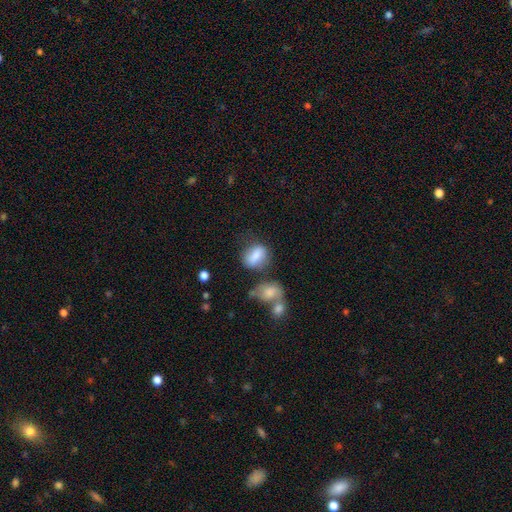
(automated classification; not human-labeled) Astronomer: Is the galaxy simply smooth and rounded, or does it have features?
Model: smooth — 75%.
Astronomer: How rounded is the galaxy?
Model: in between — 71%.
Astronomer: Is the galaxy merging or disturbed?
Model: none — 55%.